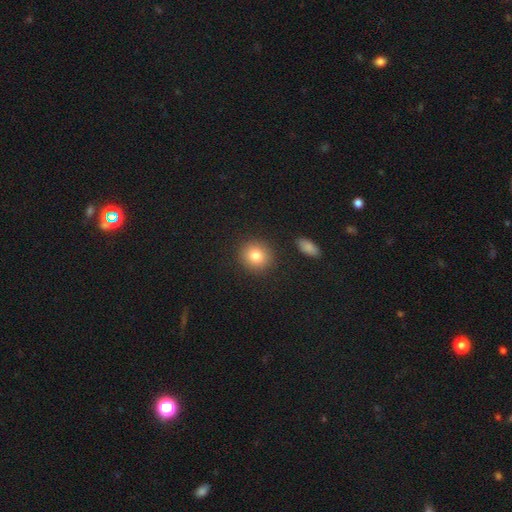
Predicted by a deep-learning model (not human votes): Smooth or featured? Predicted: smooth (p=0.82). How rounded? Predicted: round (p=0.85). Merging? Predicted: none (p=0.88).